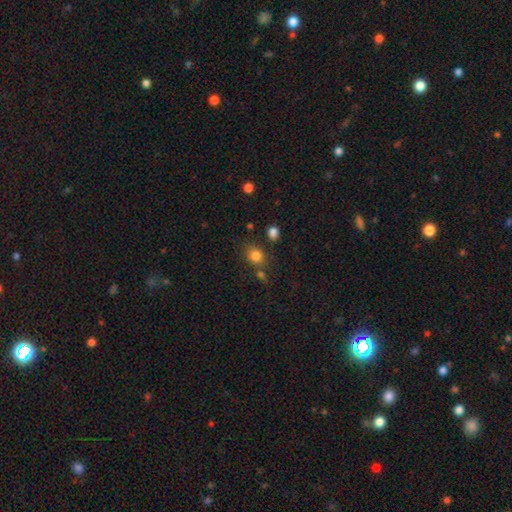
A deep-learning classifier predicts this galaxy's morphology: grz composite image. It shows a smooth galaxy with no disk features (81%) that is round (62%). Merging: none (71%).